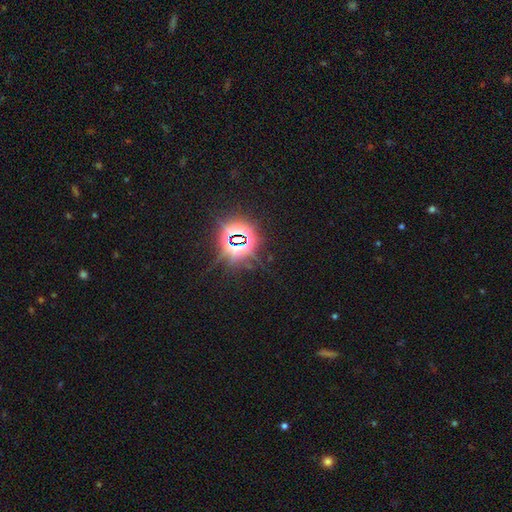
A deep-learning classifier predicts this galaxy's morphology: Smooth or featured? star or artifact (81%)